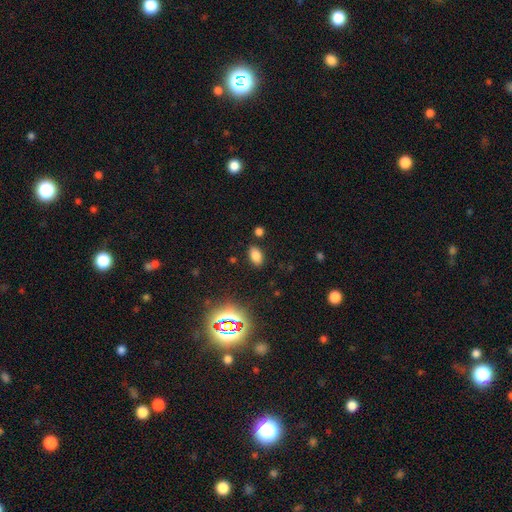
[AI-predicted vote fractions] Q: Smooth or featured?
A: smooth (78%); runner-up: star or artifact (16%)
Q: How rounded?
A: in between (90%); runner-up: round (8%)
Q: Merging?
A: none (84%); runner-up: minor disturbance (10%)